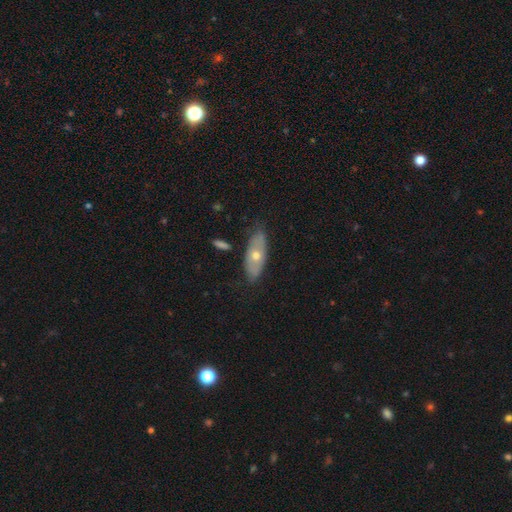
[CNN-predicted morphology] A smooth galaxy with no disk features (48%).

Vote fractions:
- Smooth or featured? smooth: 48% / featured or disk: 46% / star or artifact: 7%
- Merging? none: 76% / minor disturbance: 18% / major disturbance: 3% / merger: 2%